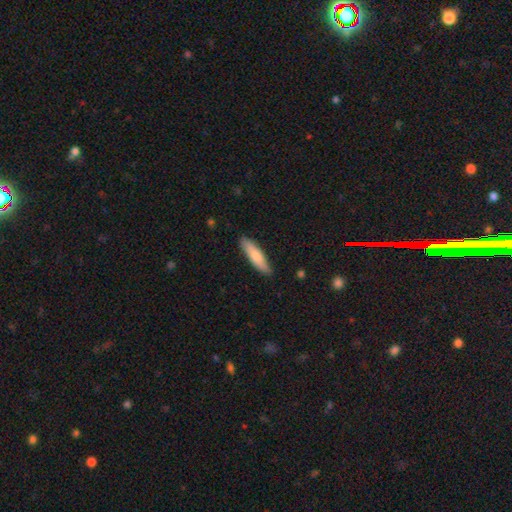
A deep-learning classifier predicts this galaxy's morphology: Overall: smooth (80%). How rounded: cigar-shaped (69%; in between 30%). Merging: none (86%).